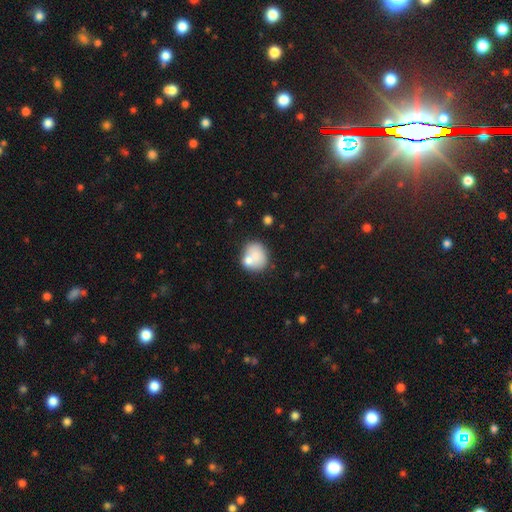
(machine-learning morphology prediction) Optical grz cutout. It shows a smooth galaxy with no disk features (74%) that is round (75%). Merging: none (55%).